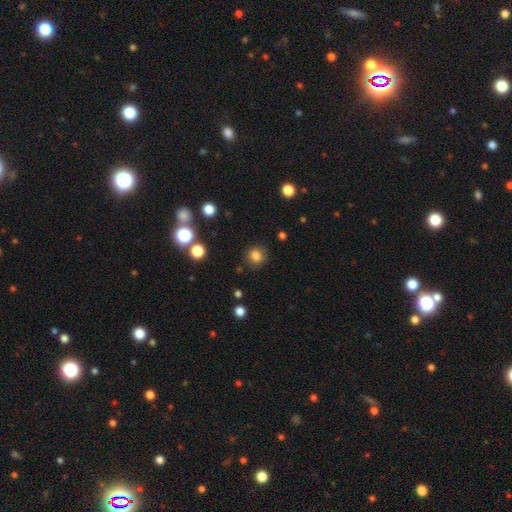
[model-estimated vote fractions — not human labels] Overall: smooth (81%). How rounded: round (88%). Merging: none (87%).